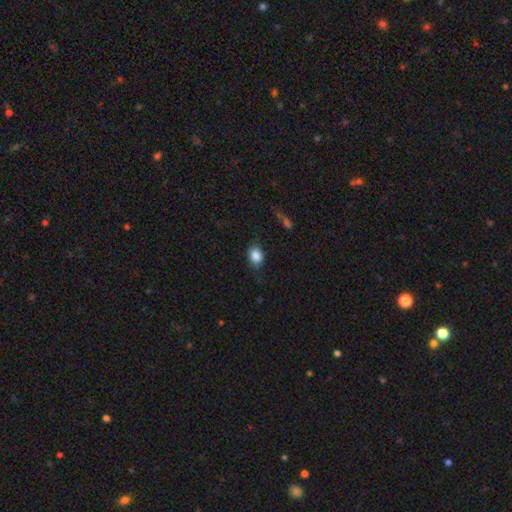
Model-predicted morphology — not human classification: The model was most divided on "how rounded": in between: 66%, round: 32%, cigar-shaped: 2%. More confident: smooth or featured — smooth (85%); merging — none (66%).